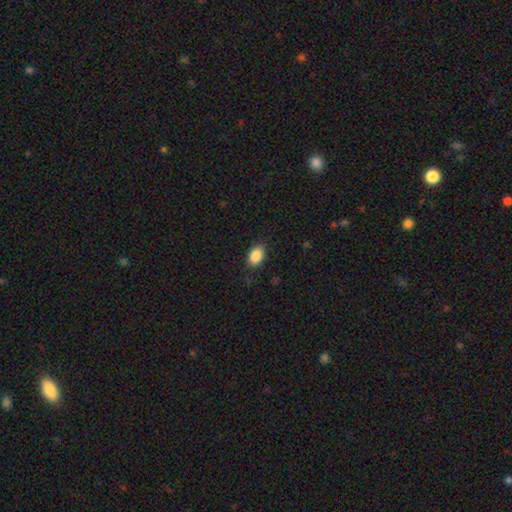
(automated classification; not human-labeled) smooth 88%, star or artifact 8%, featured or disk 4%. Down the decision tree: how rounded — in between (85%); merging — none (84%).